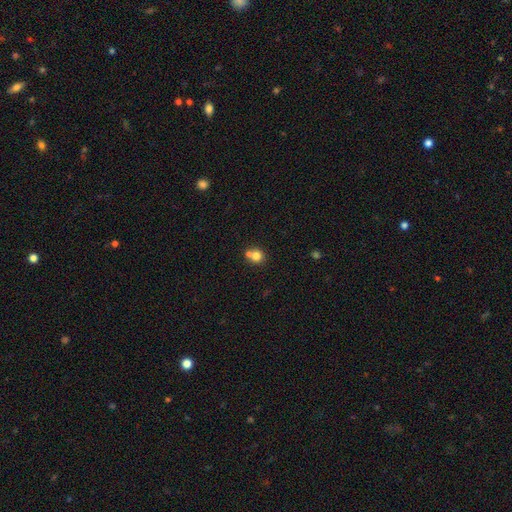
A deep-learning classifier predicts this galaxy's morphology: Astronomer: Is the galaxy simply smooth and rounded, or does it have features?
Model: smooth — 78%.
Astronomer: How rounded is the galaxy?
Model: round — 87%.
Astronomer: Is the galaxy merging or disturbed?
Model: none — 50% (runner-up: merger, 40%).